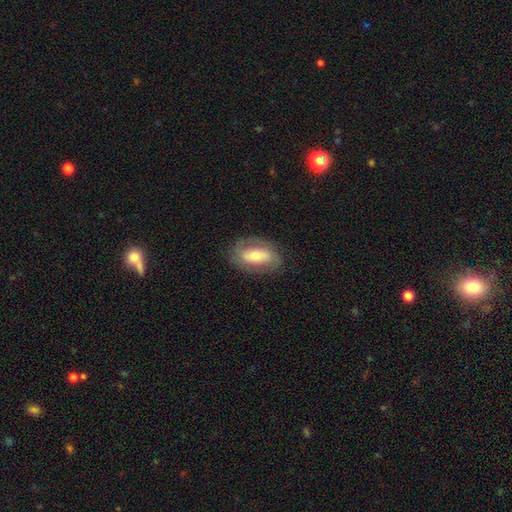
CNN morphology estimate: type=featured or disk (53%); edge-on=no (89%); merging=none (78%).